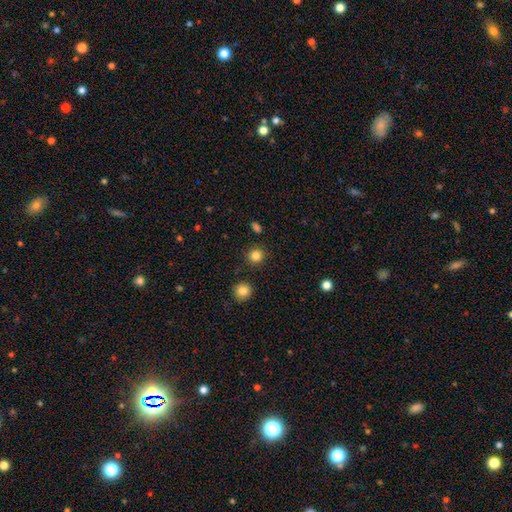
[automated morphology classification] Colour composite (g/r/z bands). It shows a smooth galaxy with no disk features (84%) that is round (89%). Merging: none (90%).